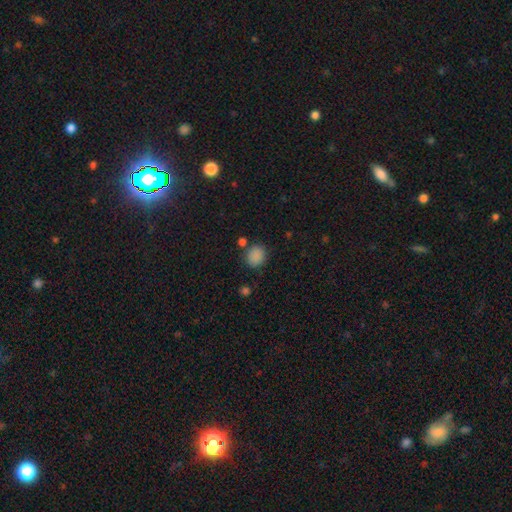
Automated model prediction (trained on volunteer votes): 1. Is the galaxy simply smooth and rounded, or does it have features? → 86% smooth, 10% star or artifact, 4% featured or disk.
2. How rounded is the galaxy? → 66% round, 33% in between, 1% cigar-shaped.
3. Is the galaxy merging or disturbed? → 78% none, 12% minor disturbance, 6% merger, 4% major disturbance.